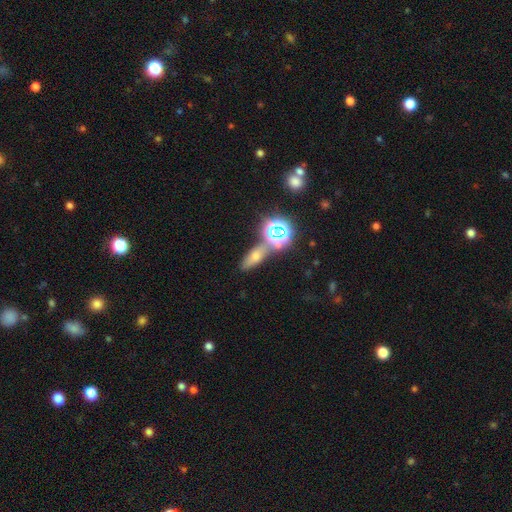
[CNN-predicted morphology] Smooth or featured? Predicted: smooth (p=0.45). Merging? Predicted: none (p=0.71).